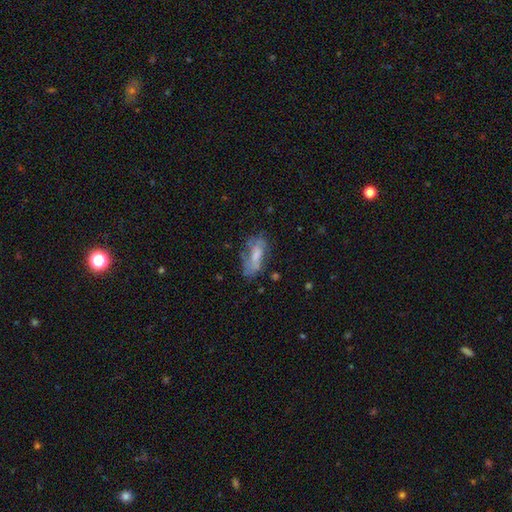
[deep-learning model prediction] A featured or disk galaxy (46%).

Vote fractions:
- Smooth or featured? featured or disk: 46% / smooth: 45% / star or artifact: 9%
- Merging? none: 49% / minor disturbance: 27% / major disturbance: 20% / merger: 4%